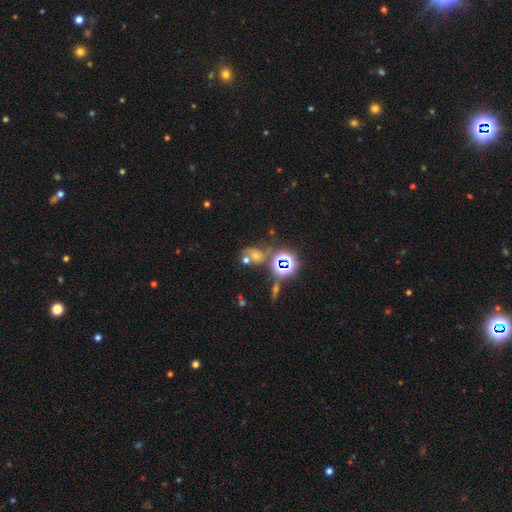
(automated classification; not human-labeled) smooth-or-featured: star or artifact: 51% | smooth: 30% | featured or disk: 19%